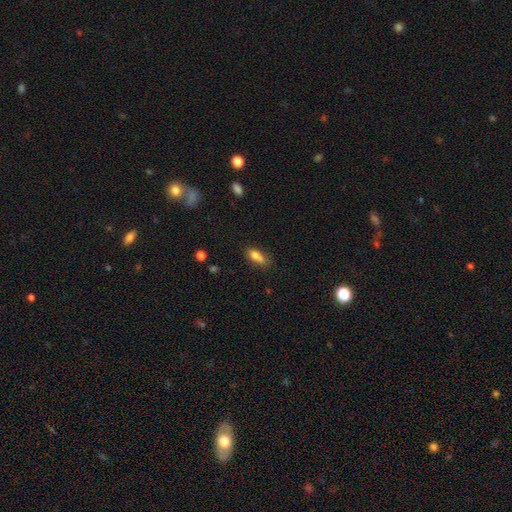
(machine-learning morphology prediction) This is likely a smooth galaxy (76%). How rounded: likely in between (74%). Merging: marginally none (39%).